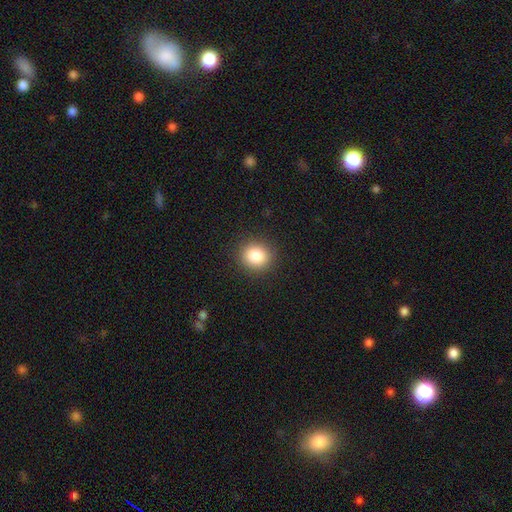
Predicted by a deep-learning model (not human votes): A smooth galaxy with no disk features (84%) that is round (83%).

Vote fractions:
- Smooth or featured? smooth: 84% / star or artifact: 10% / featured or disk: 6%
- How rounded? round: 83% / in between: 16% / cigar-shaped: 1%
- Merging? none: 90% / minor disturbance: 7% / major disturbance: 2% / merger: 1%